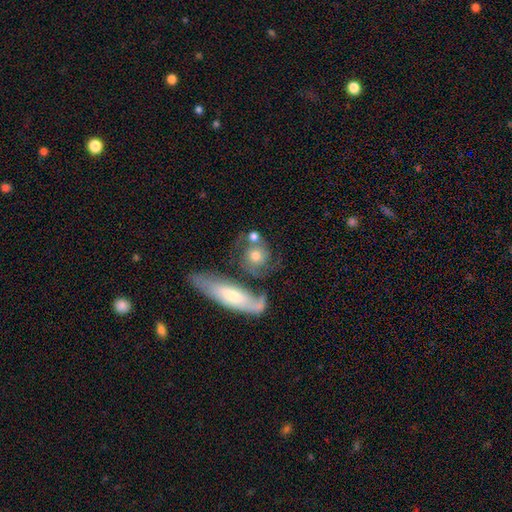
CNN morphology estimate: Overall: smooth (47%; featured or disk 46%). Merging: none (45%; merger 30%).